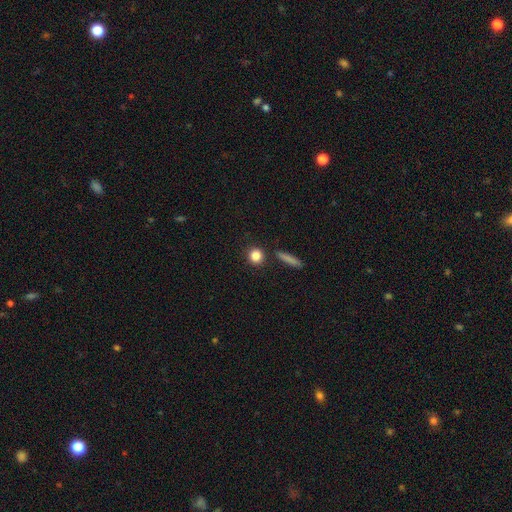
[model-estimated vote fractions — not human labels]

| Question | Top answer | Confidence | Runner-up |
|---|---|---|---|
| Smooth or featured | smooth | 85% | star or artifact (9%) |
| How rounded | round | 88% | in between (10%) |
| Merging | none | 86% | minor disturbance (7%) |